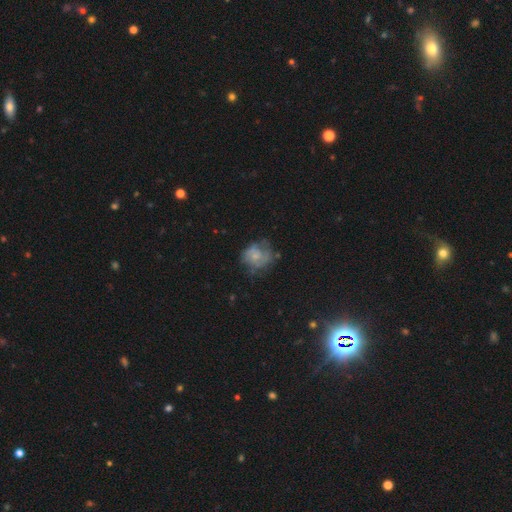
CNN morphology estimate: The model was most divided on "smooth or featured": featured or disk: 49%, smooth: 41%, star or artifact: 10%. More confident: merging — none (51%).